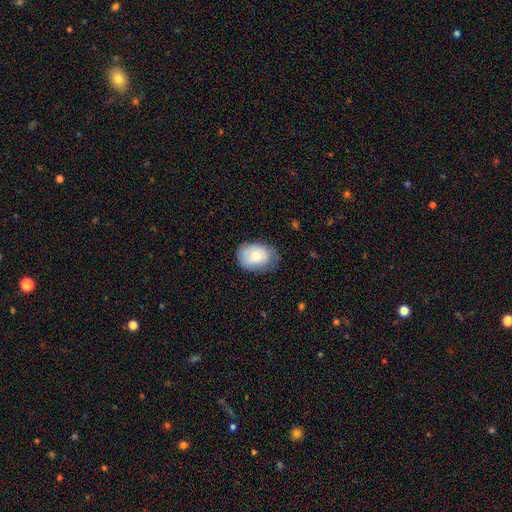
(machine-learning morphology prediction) type=smooth (73%); roundness=in between (73%); merging=none (63%).